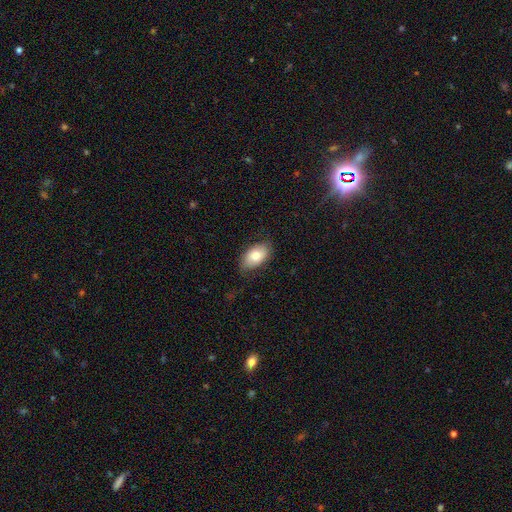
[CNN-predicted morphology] This appears to be a smooth galaxy with no disk features (76%) that is in between round and cigar-shaped (93%). Merging: none (76%).